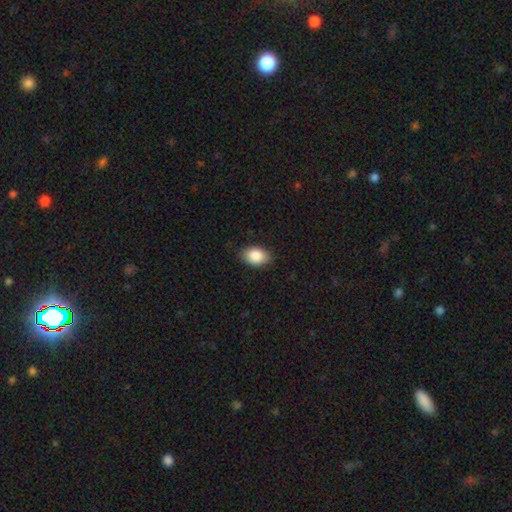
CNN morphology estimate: This is clearly a smooth galaxy (87%). How rounded: clearly in between (84%). Merging: clearly none (87%).